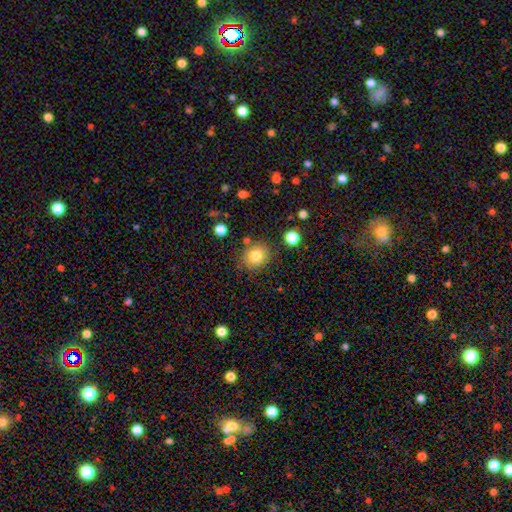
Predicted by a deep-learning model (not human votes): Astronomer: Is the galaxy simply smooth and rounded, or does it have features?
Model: smooth — 82%.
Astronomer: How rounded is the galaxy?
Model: round — 73%.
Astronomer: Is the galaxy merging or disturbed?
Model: none — 79%.